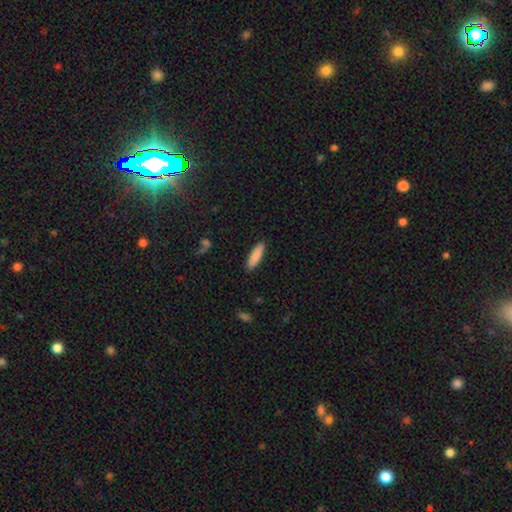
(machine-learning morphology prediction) Smooth or featured? Predicted: smooth (p=0.86). How rounded? Predicted: cigar-shaped (p=0.64). Merging? Predicted: none (p=0.89).